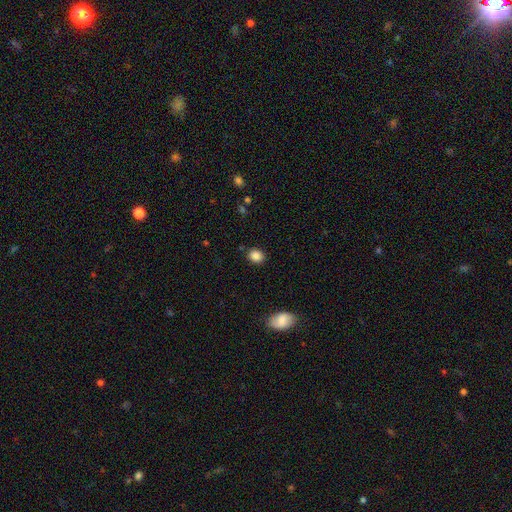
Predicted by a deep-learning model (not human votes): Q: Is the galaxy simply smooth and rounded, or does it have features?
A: smooth — 86%.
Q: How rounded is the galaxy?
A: round — 63%.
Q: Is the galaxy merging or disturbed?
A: none — 88%.